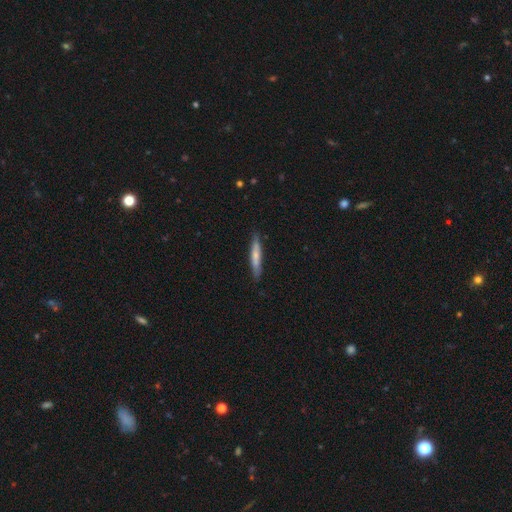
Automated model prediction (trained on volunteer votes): smooth_or_featured: smooth (p=0.60) [alt: featured or disk p=0.35]
how_rounded: cigar-shaped (p=0.92) [alt: in between p=0.07]
merging: none (p=0.85) [alt: minor disturbance p=0.12]